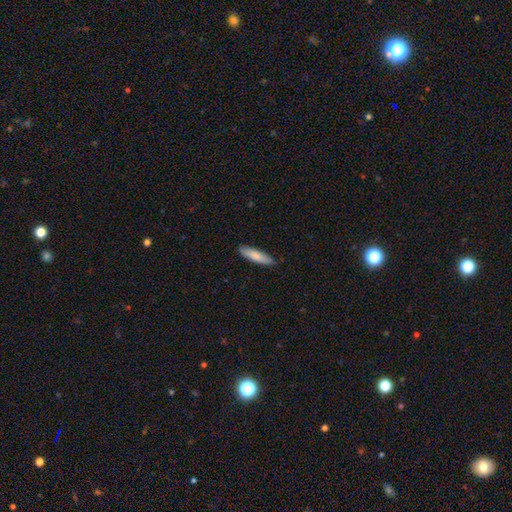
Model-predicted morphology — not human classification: type=smooth (81%); roundness=cigar-shaped (75%); merging=none (86%).